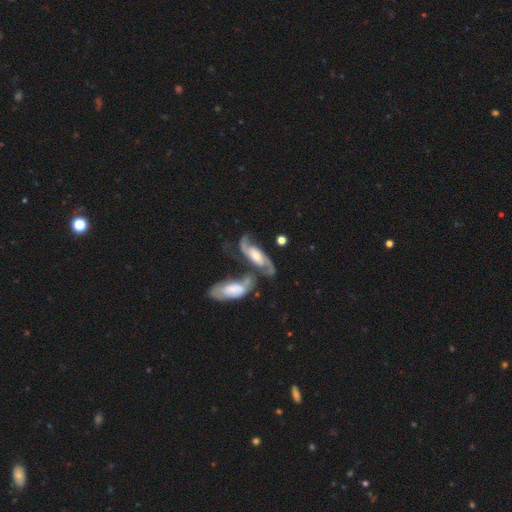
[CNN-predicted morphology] Overall: featured or disk (86%). Edge-on disk: no (91%). Bar: no (44%; weak 39%). Spiral arms: yes (97%). Spiral arm count: 2 (90%). Spiral winding: medium (49%; loose 32%). Bulge size: moderate (47%; large 24%). Merging: none (43%; merger 35%).